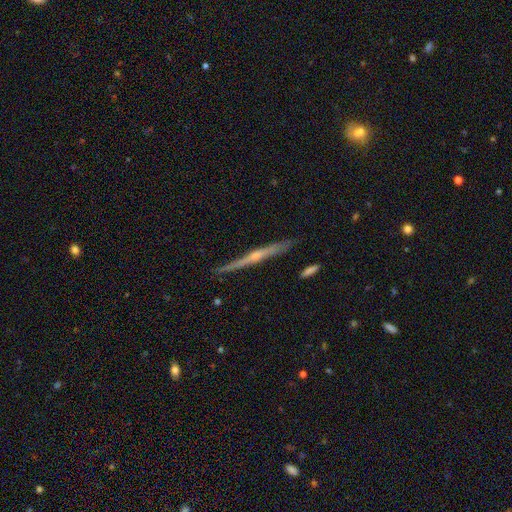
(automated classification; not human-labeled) Smooth or featured?
  - featured or disk: 74% *
  - smooth: 21%
  - star or artifact: 6%
Edge-on disk?
  - yes: 97% *
  - no: 3%
Edge-on bulge?
  - rounded: 63% *
  - none: 30%
  - boxy: 7%
Merging?
  - none: 83% *
  - minor disturbance: 13%
  - major disturbance: 2%
  - merger: 2%